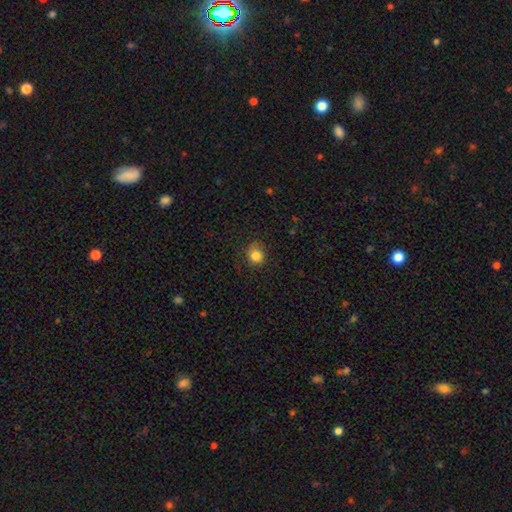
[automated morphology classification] smooth-or-featured: smooth: 84% | star or artifact: 11% | featured or disk: 5%
  how-rounded: round: 81% | in between: 18% | cigar-shaped: 1%
  merging: none: 81% | minor disturbance: 14% | major disturbance: 4% | merger: 1%